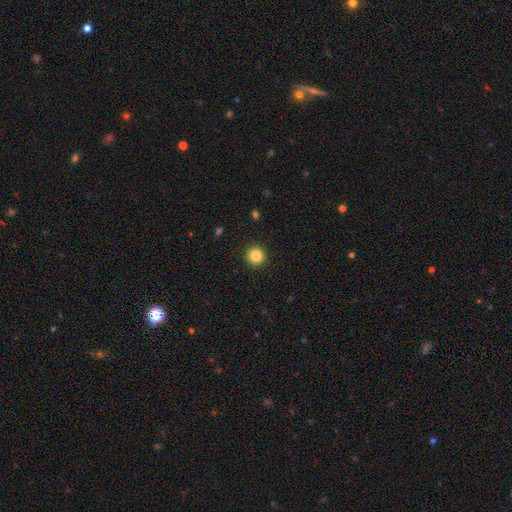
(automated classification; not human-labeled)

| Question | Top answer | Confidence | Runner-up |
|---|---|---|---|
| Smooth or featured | smooth | 84% | star or artifact (11%) |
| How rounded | round | 95% | in between (4%) |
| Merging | none | 93% | minor disturbance (5%) |